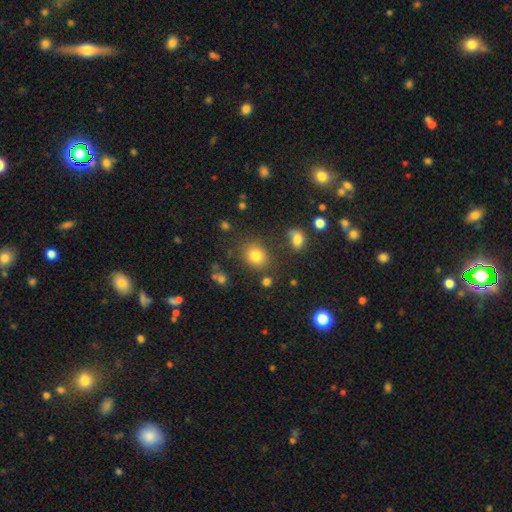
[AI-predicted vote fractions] Smooth or featured?
  - smooth: 78% *
  - star or artifact: 14%
  - featured or disk: 8%
How rounded?
  - round: 65% *
  - in between: 34%
  - cigar-shaped: 1%
Merging?
  - none: 79% *
  - minor disturbance: 11%
  - merger: 5%
  - major disturbance: 4%